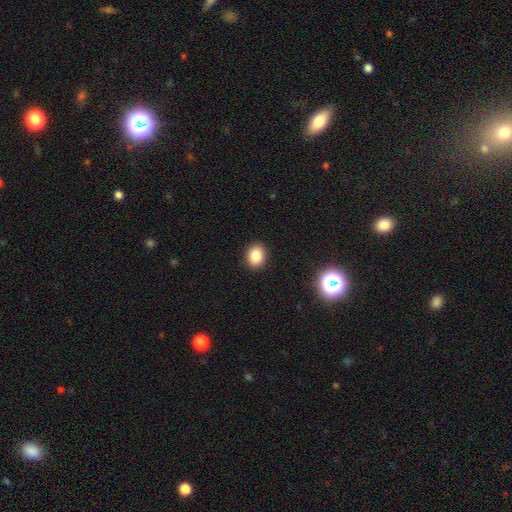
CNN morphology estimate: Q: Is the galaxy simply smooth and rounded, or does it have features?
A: smooth — 85%.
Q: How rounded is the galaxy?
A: round — 55%.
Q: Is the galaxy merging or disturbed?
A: none — 91%.